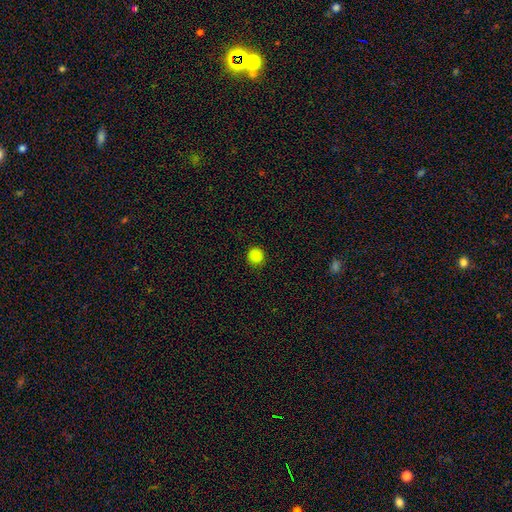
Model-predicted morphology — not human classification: Smooth or featured? smooth (86%)
How rounded? round (92%)
Merging? none (89%)